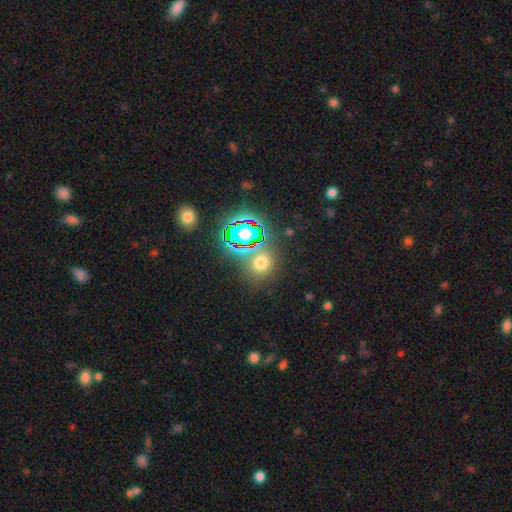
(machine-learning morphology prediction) star or artifact 73%, smooth 20%, featured or disk 7%.